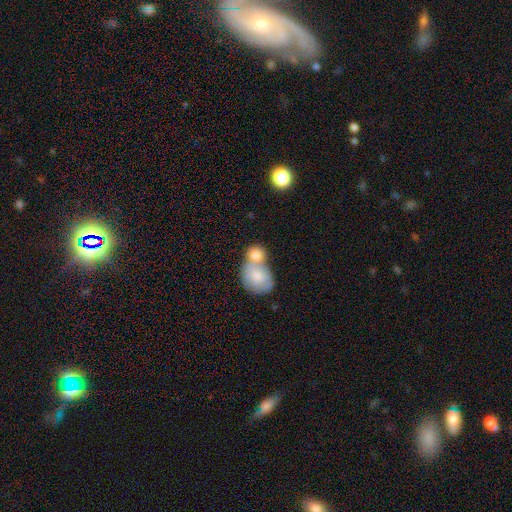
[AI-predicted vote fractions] This appears to be a smooth galaxy with no disk features (76%) that is round (57%). Merging: merger (61%).